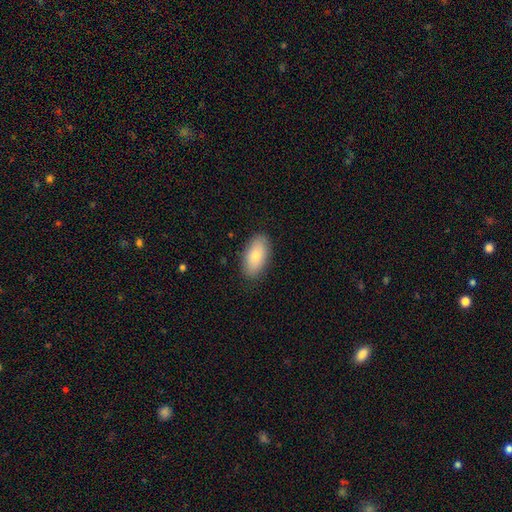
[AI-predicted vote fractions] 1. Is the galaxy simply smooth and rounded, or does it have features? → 79% smooth, 15% featured or disk, 7% star or artifact.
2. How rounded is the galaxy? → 93% in between, 4% cigar-shaped, 4% round.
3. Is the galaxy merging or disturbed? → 87% none, 10% minor disturbance, 2% major disturbance, 1% merger.